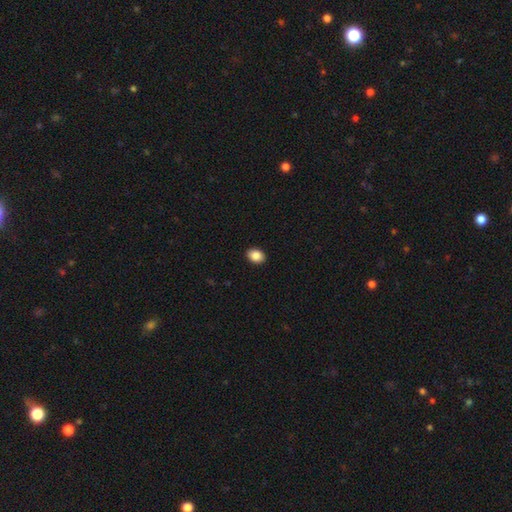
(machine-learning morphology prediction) This appears to be a smooth galaxy with no disk features (88%) that is in between round and cigar-shaped (74%). Merging: none (91%).